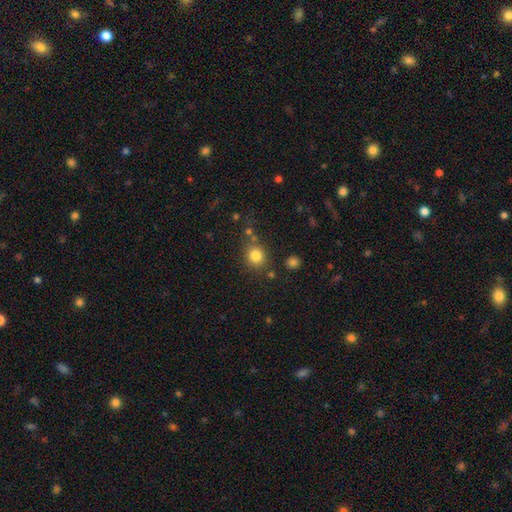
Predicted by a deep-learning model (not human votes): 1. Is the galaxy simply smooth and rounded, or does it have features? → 82% smooth, 12% star or artifact, 6% featured or disk.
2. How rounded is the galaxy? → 85% round, 15% in between, 1% cigar-shaped.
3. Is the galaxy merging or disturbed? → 76% none, 11% minor disturbance, 9% merger, 4% major disturbance.